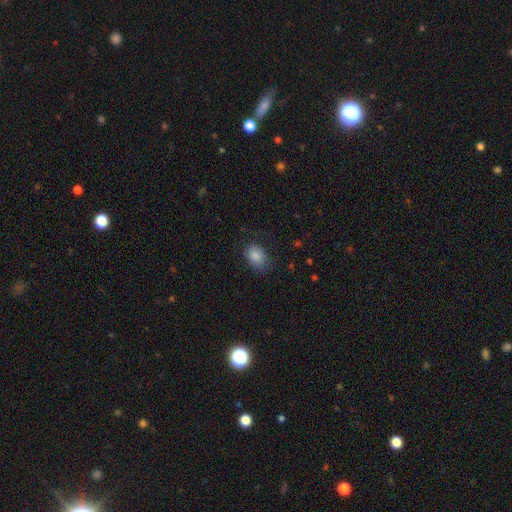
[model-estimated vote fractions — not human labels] smooth_or_featured: smooth (p=0.86) [alt: star or artifact p=0.08]
how_rounded: in between (p=0.68) [alt: round p=0.31]
merging: none (p=0.72) [alt: minor disturbance p=0.20]